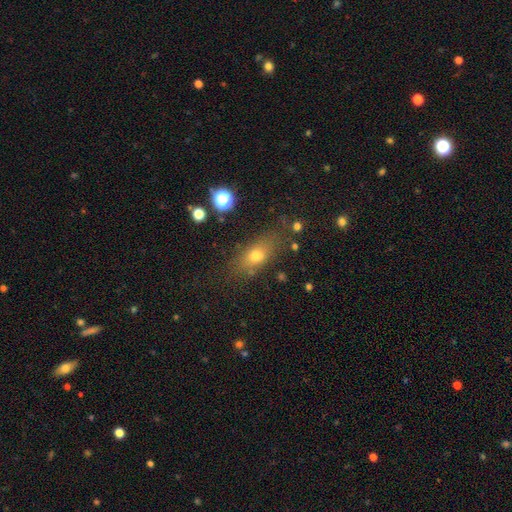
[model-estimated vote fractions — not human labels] Smooth or featured?
  - smooth: 68% *
  - featured or disk: 17%
  - star or artifact: 15%
How rounded?
  - in between: 68% *
  - cigar-shaped: 18%
  - round: 14%
Merging?
  - none: 75% *
  - minor disturbance: 15%
  - major disturbance: 6%
  - merger: 4%